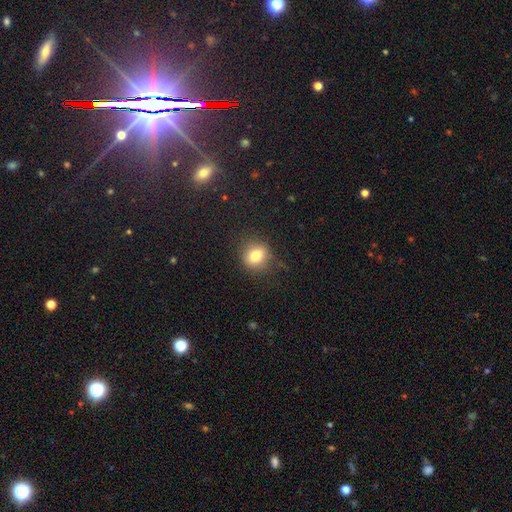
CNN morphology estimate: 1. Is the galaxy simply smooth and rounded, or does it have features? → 82% smooth, 11% star or artifact, 7% featured or disk.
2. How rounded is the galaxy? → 71% round, 28% in between, 1% cigar-shaped.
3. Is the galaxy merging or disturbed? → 83% none, 12% minor disturbance, 4% major disturbance, 1% merger.